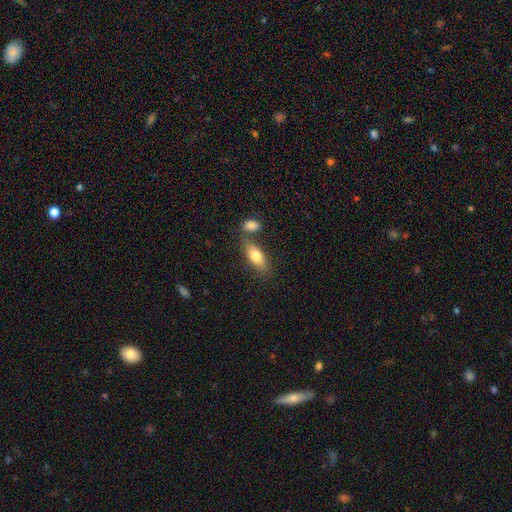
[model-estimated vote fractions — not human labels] Q: Smooth or featured?
A: smooth (76%); runner-up: featured or disk (18%)
Q: How rounded?
A: in between (75%); runner-up: cigar-shaped (22%)
Q: Merging?
A: none (62%); runner-up: merger (20%)